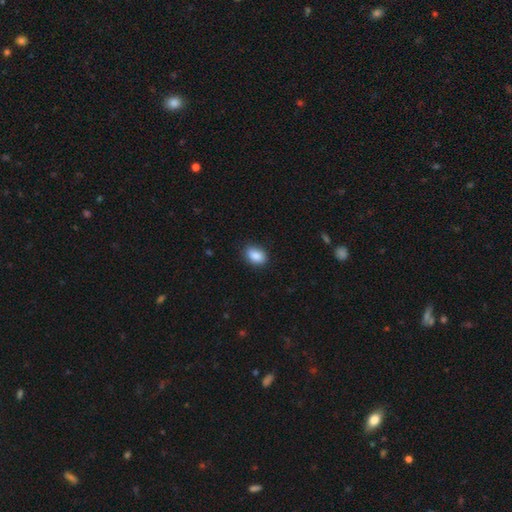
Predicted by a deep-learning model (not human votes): Q: Smooth or featured?
A: smooth (88%); runner-up: star or artifact (8%)
Q: How rounded?
A: in between (82%); runner-up: round (16%)
Q: Merging?
A: none (83%); runner-up: minor disturbance (14%)